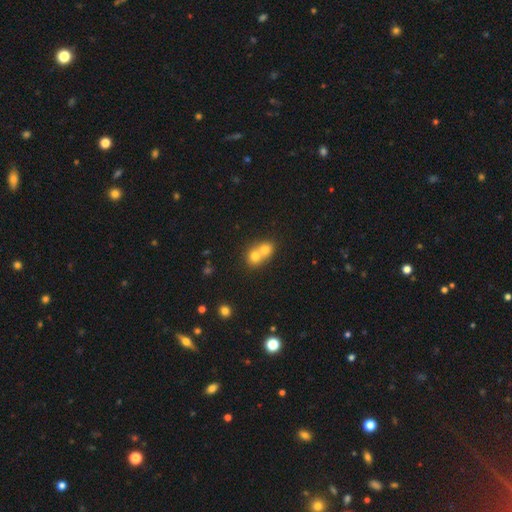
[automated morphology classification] This is likely a smooth galaxy (71%). How rounded: likely round (72%). Merging: likely merger (71%).